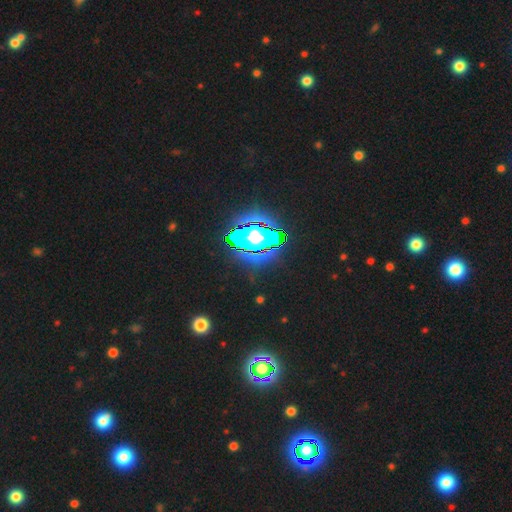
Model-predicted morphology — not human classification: type=star or artifact (83%).